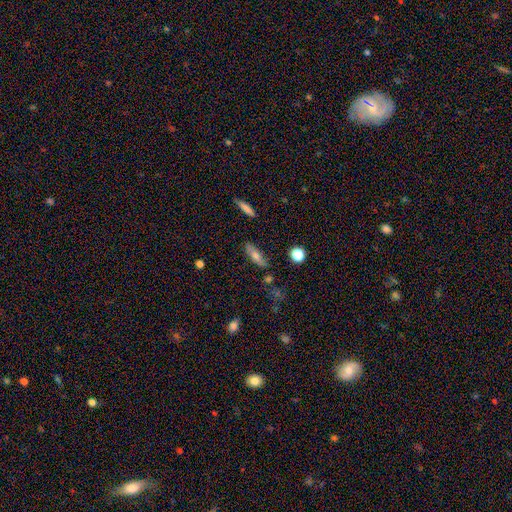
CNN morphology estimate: A smooth galaxy with no disk features (60%) that is cigar-shaped (57%). Merging: none (81%).